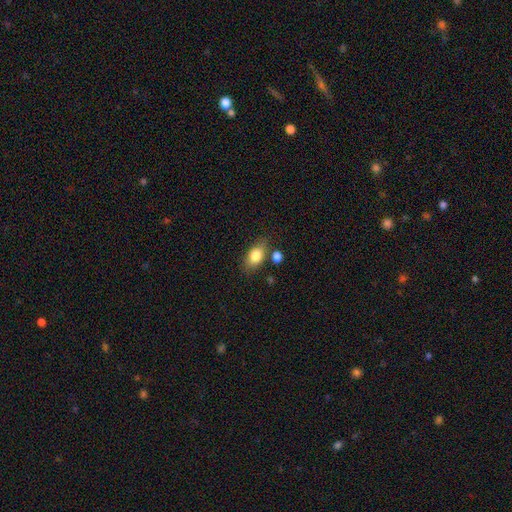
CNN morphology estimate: type=smooth (80%); roundness=in between (83%); merging=none (72%).